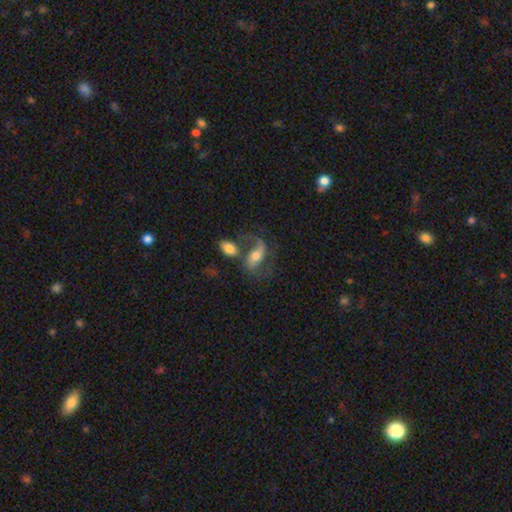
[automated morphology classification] This appears to be a featured or disk galaxy (73%) with a weak bar (36%), 2 (84%) loose (50%) spiral arms (89%) and a moderate central bulge (60%). Merging: none (46%).